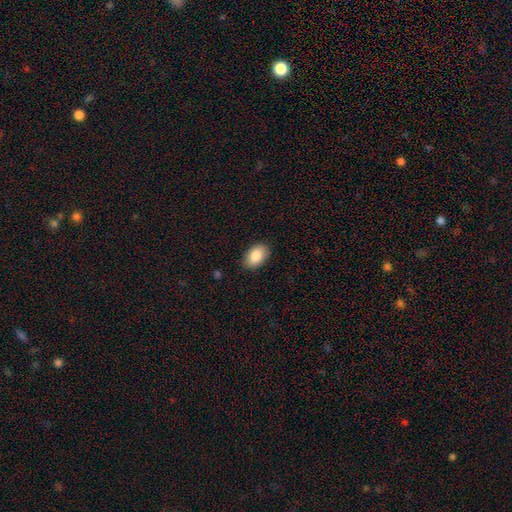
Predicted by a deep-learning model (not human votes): This appears to be a smooth galaxy with no disk features (87%) that is in between round and cigar-shaped (91%). Merging: none (87%).